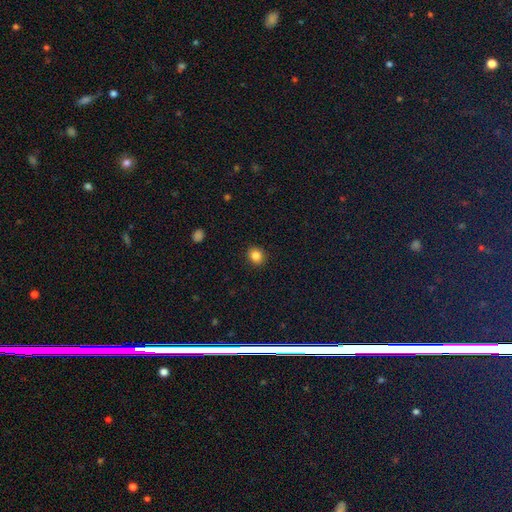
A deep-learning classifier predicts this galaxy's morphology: Smooth or featured? Predicted: smooth (p=0.85). How rounded? Predicted: round (p=0.76). Merging? Predicted: none (p=0.91).